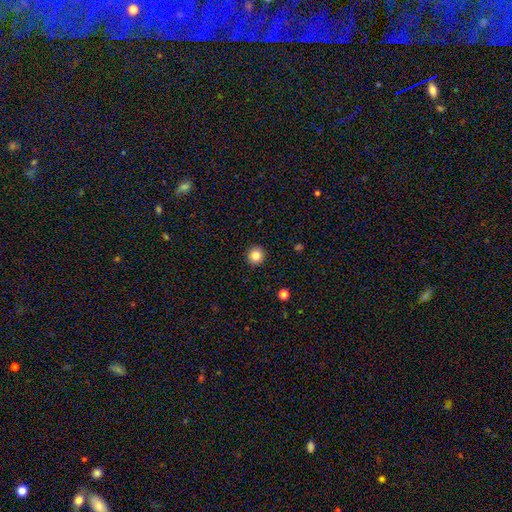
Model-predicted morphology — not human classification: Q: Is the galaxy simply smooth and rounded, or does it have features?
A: smooth — 83%.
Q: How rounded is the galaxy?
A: round — 94%.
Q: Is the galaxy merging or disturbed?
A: none — 93%.